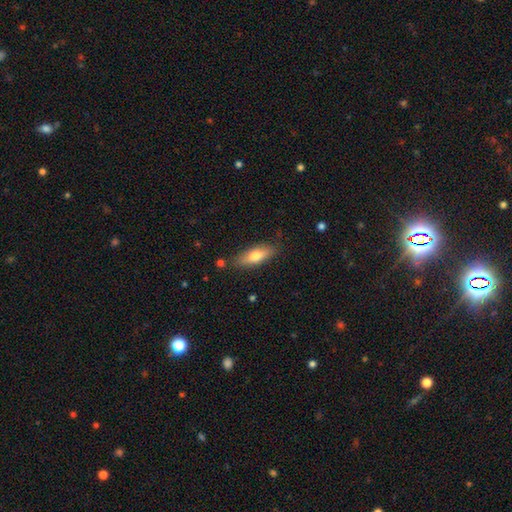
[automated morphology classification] The model was most divided on "how rounded": in between: 65%, cigar-shaped: 32%, round: 2%. More confident: merging — none (81%); smooth or featured — smooth (71%).